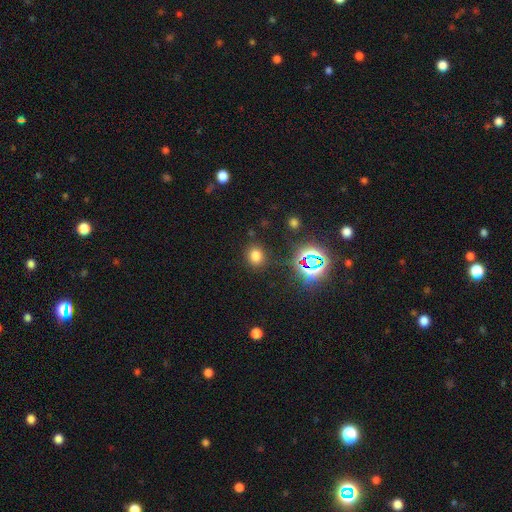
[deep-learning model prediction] Overall: smooth (71%). How rounded: round (69%; in between 30%). Merging: none (85%).